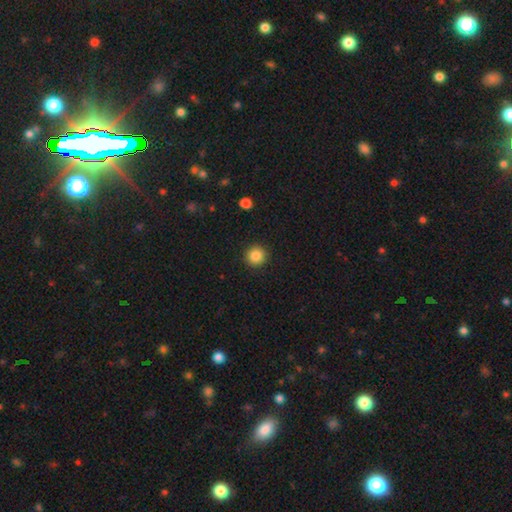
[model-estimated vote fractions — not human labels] Smooth or featured? Predicted: smooth (p=0.86). How rounded? Predicted: round (p=0.95). Merging? Predicted: none (p=0.92).